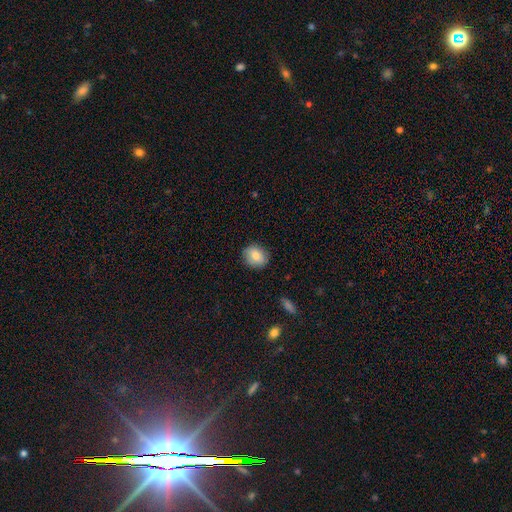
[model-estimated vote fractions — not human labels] Smooth or featured? Predicted: smooth (p=0.80). How rounded? Predicted: round (p=0.64). Merging? Predicted: none (p=0.85).